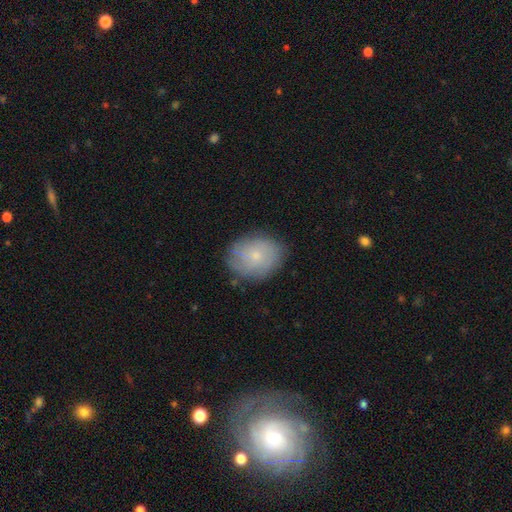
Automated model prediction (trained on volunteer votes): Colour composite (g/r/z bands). It shows a smooth galaxy with no disk features (52%) that is in between round and cigar-shaped (50%). Merging: none (78%).